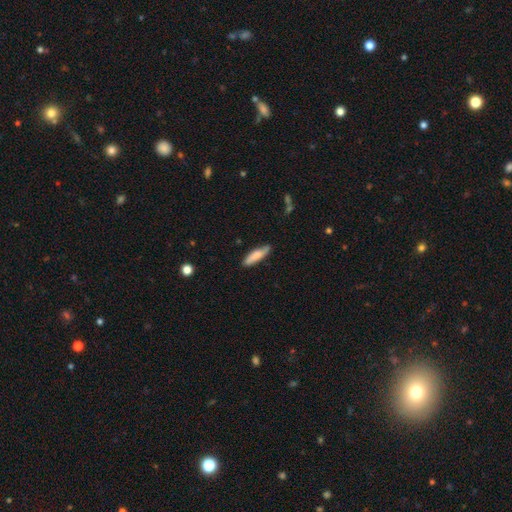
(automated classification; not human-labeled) Q: Smooth or featured?
A: smooth (76%); runner-up: featured or disk (19%)
Q: How rounded?
A: cigar-shaped (69%); runner-up: in between (30%)
Q: Merging?
A: none (79%); runner-up: minor disturbance (16%)